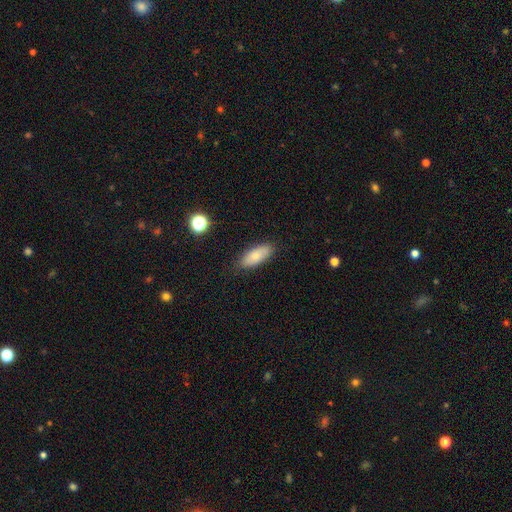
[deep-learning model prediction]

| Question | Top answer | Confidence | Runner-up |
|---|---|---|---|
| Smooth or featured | smooth | 76% | featured or disk (16%) |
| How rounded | in between | 77% | cigar-shaped (20%) |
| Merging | none | 85% | minor disturbance (12%) |